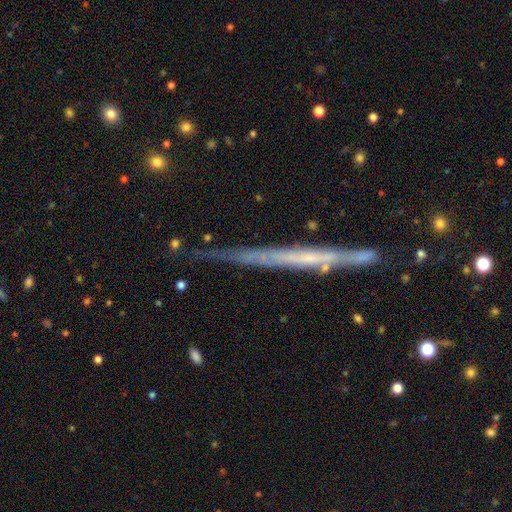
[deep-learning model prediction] A featured or disk galaxy (69%) viewed edge-on (95%) with no central bulge (80%).

Vote fractions:
- Smooth or featured? featured or disk: 69% / smooth: 24% / star or artifact: 7%
- Edge-on disk? yes: 95% / no: 5%
- Edge-on bulge? none: 80% / rounded: 13% / boxy: 6%
- Merging? none: 72% / minor disturbance: 20% / major disturbance: 4% / merger: 4%